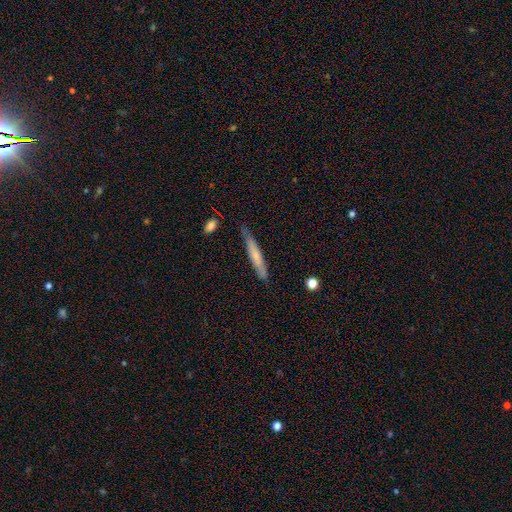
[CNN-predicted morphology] Overall: smooth (55%; featured or disk 38%). How rounded: cigar-shaped (94%). Merging: none (77%).